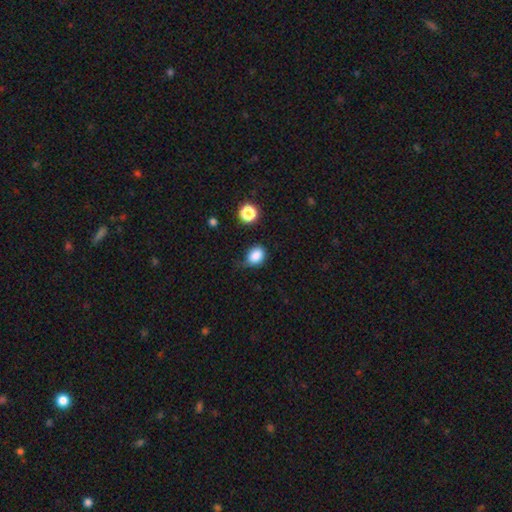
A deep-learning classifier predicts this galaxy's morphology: Smooth or featured? smooth (85%)
How rounded? in between (53%)
Merging? none (55%)